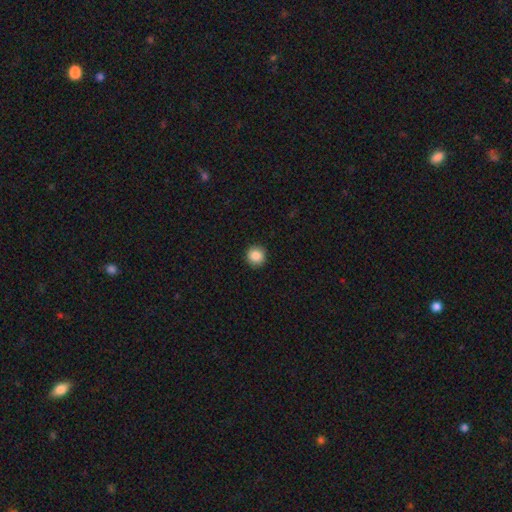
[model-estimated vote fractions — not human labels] Smooth or featured?
  - smooth: 87% *
  - star or artifact: 9%
  - featured or disk: 4%
How rounded?
  - round: 94% *
  - in between: 5%
  - cigar-shaped: 1%
Merging?
  - none: 93% *
  - minor disturbance: 5%
  - major disturbance: 2%
  - merger: 1%